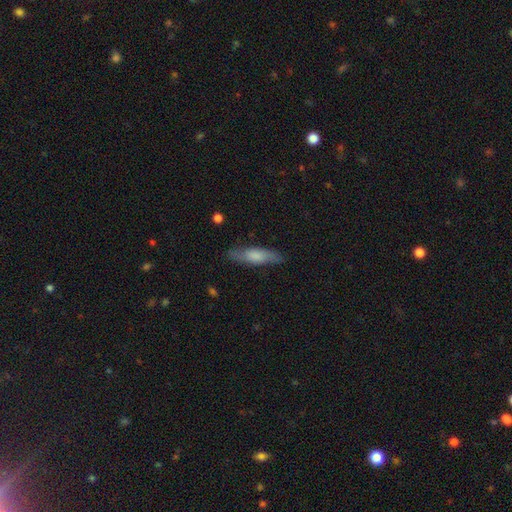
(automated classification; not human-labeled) A smooth galaxy with no disk features (64%) that is cigar-shaped (62%). Merging: none (81%).